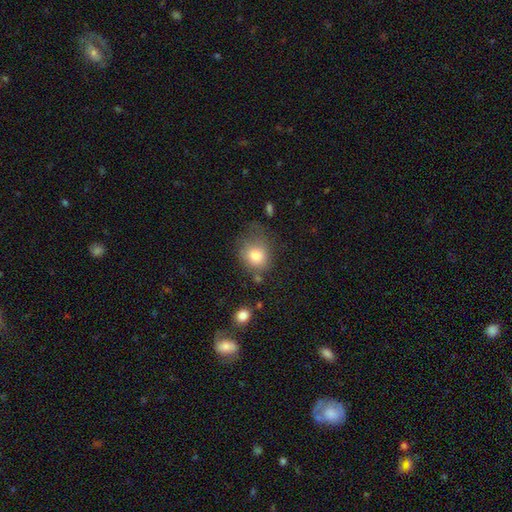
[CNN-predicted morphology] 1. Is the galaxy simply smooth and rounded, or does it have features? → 79% smooth, 11% featured or disk, 10% star or artifact.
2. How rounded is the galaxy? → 70% round, 29% in between, 1% cigar-shaped.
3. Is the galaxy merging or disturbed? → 48% none, 28% minor disturbance, 17% major disturbance, 6% merger.